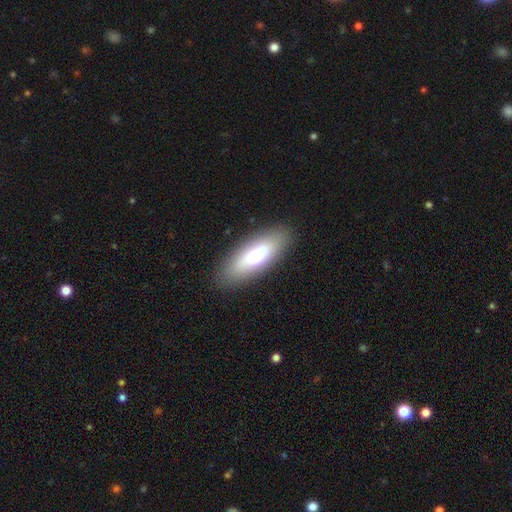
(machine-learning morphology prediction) A smooth galaxy with no disk features (66%) that is in between round and cigar-shaped (65%). Merging: none (87%).